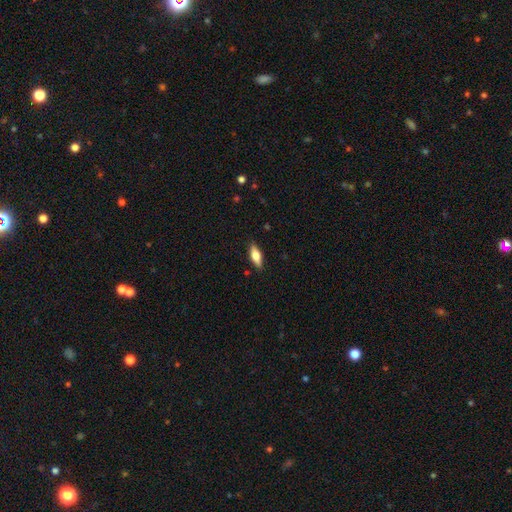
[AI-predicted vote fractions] Morphology: type=smooth (63%); roundness=in between (69%); merging=none (87%).